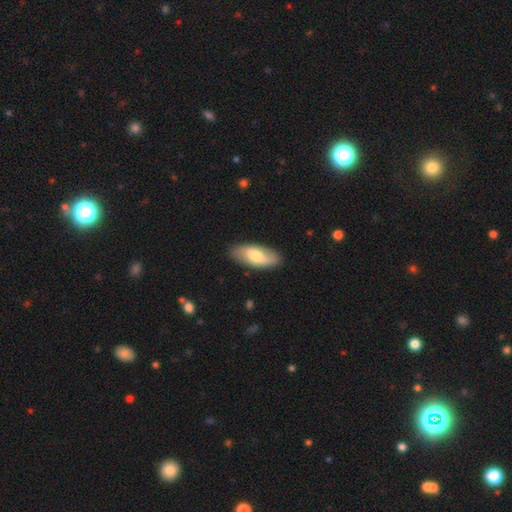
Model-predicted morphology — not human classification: Overall: smooth (60%; featured or disk 35%). How rounded: in between (86%). Merging: none (86%).